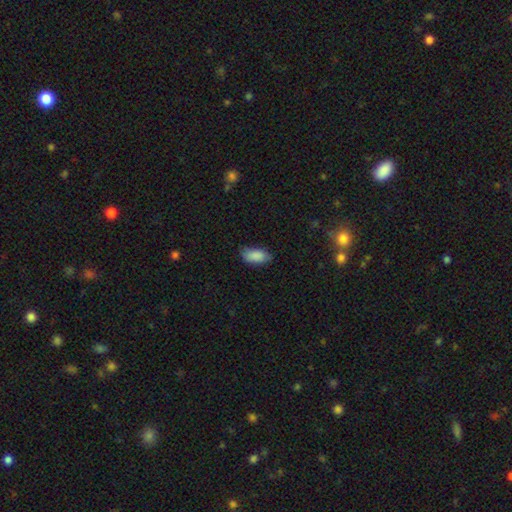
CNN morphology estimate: Q: Smooth or featured?
A: smooth (88%); runner-up: star or artifact (7%)
Q: How rounded?
A: in between (91%); runner-up: cigar-shaped (6%)
Q: Merging?
A: none (75%); runner-up: minor disturbance (20%)